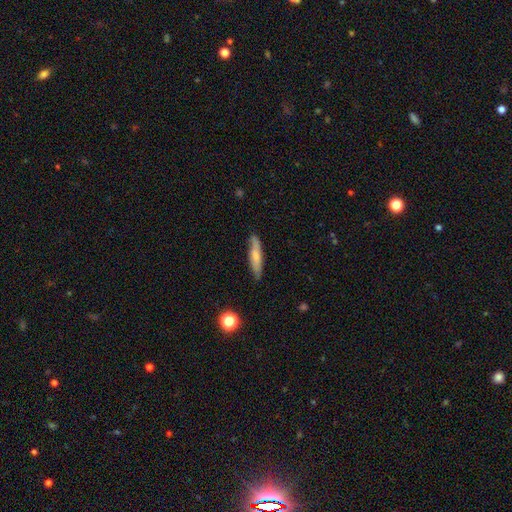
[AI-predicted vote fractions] Overall: smooth (63%; featured or disk 30%). How rounded: cigar-shaped (85%). Merging: none (82%).